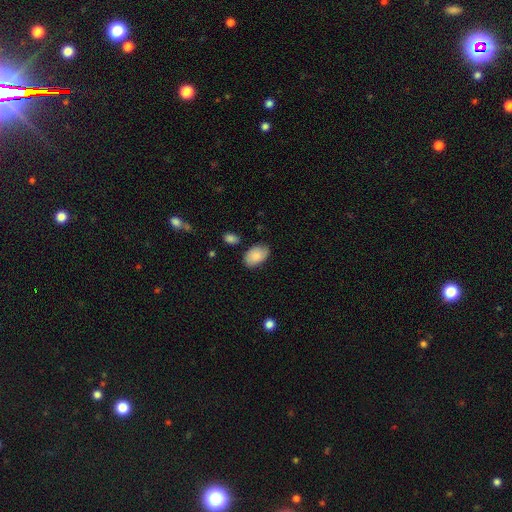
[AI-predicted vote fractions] Q: Smooth or featured?
A: smooth (85%); runner-up: featured or disk (9%)
Q: How rounded?
A: in between (90%); runner-up: round (9%)
Q: Merging?
A: none (78%); runner-up: minor disturbance (16%)